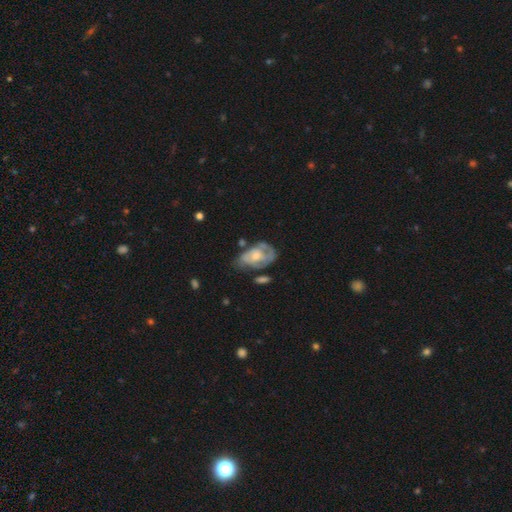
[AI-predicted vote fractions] Smooth or featured? Predicted: featured or disk (p=0.66). Edge-on disk? Predicted: no (p=0.96). Bar? Predicted: no (p=0.74). Spiral arms? Predicted: yes (p=0.70). Bulge size? Predicted: moderate (p=0.48). Merging? Predicted: none (p=0.41).